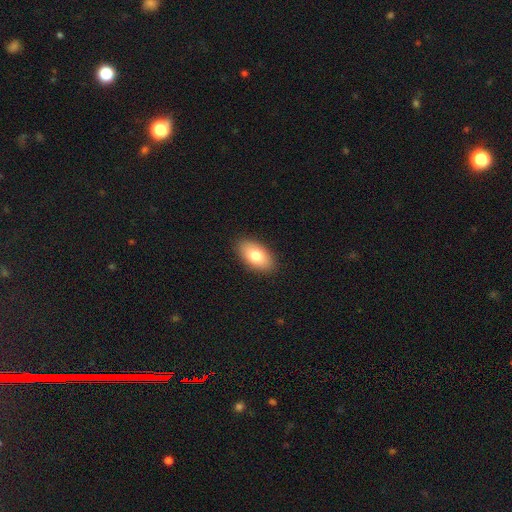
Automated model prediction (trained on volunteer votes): Smooth or featured? smooth (79%)
How rounded? in between (94%)
Merging? none (89%)